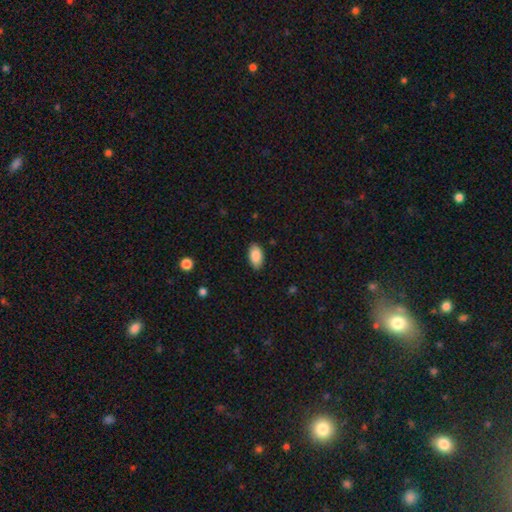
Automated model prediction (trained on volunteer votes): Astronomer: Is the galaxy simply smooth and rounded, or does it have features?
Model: smooth — 89%.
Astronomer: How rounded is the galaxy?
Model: in between — 95%.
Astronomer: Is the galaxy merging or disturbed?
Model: none — 87%.